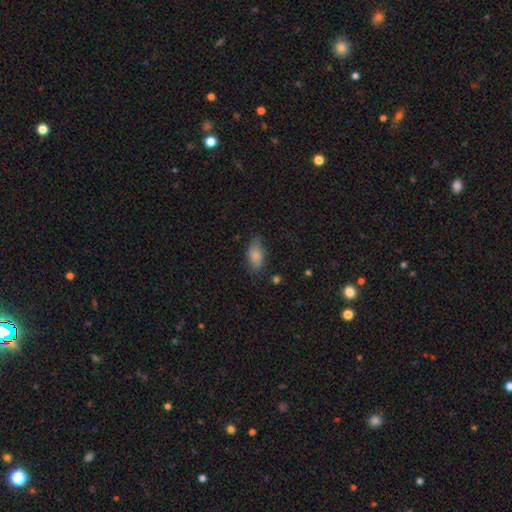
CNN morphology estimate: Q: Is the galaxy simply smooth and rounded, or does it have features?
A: smooth — 80%.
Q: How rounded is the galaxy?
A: in between — 92%.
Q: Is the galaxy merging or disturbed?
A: none — 70%.